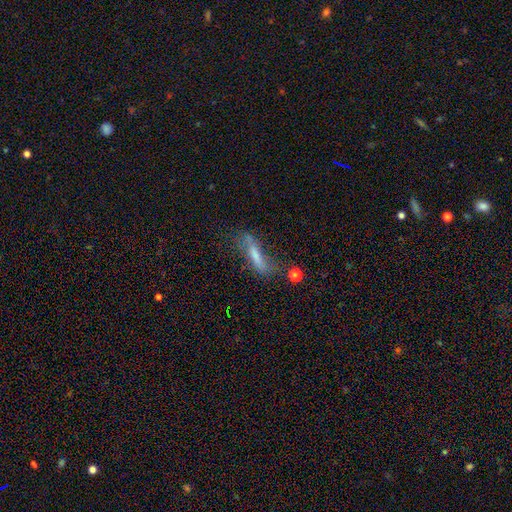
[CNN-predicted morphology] Q: Smooth or featured?
A: smooth (53%); runner-up: featured or disk (37%)
Q: How rounded?
A: cigar-shaped (76%); runner-up: in between (22%)
Q: Merging?
A: none (44%); runner-up: minor disturbance (28%)